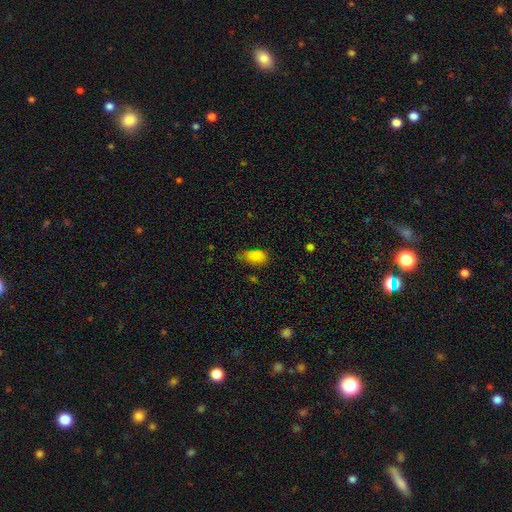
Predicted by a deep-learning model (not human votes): Smooth or featured? smooth (83%)
How rounded? in between (89%)
Merging? none (48%)